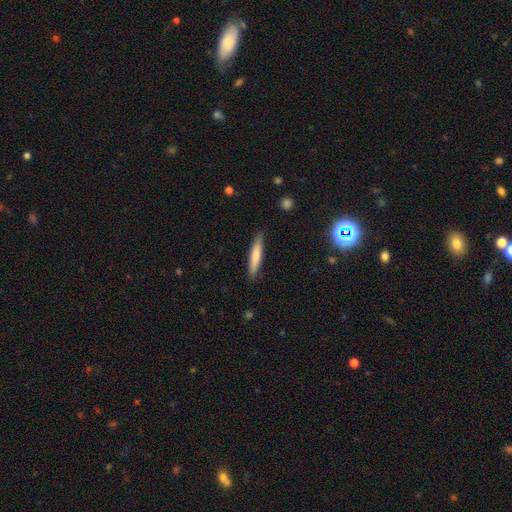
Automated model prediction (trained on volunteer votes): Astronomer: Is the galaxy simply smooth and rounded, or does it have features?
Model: smooth — 74%.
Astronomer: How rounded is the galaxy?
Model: cigar-shaped — 90%.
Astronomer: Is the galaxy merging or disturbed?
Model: none — 88%.